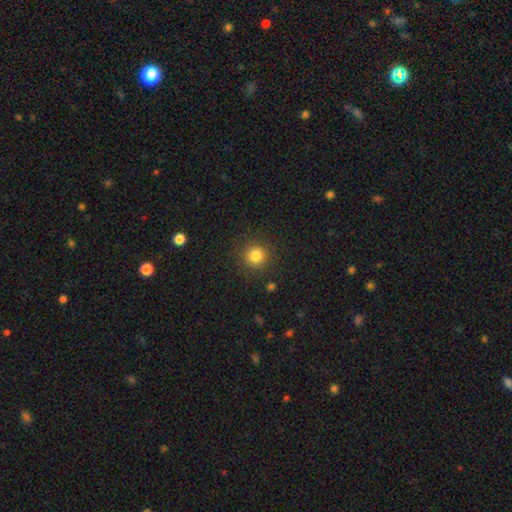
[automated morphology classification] Smooth or featured? smooth (82%)
How rounded? round (93%)
Merging? none (89%)